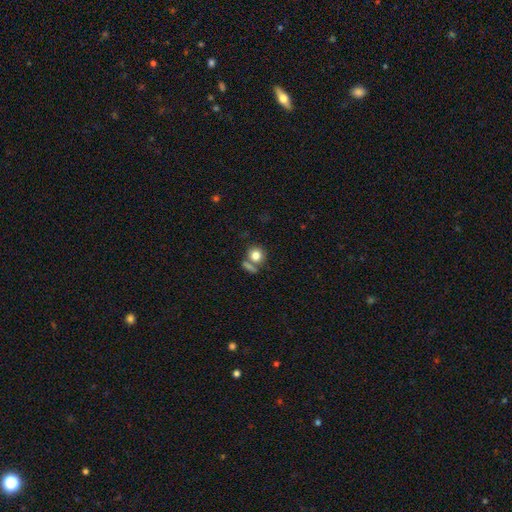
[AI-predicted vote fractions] A smooth galaxy with no disk features (79%) that is round (84%).

Vote fractions:
- Smooth or featured? smooth: 79% / star or artifact: 10% / featured or disk: 10%
- How rounded? round: 84% / in between: 15% / cigar-shaped: 1%
- Merging? none: 61% / merger: 23% / minor disturbance: 11% / major disturbance: 5%